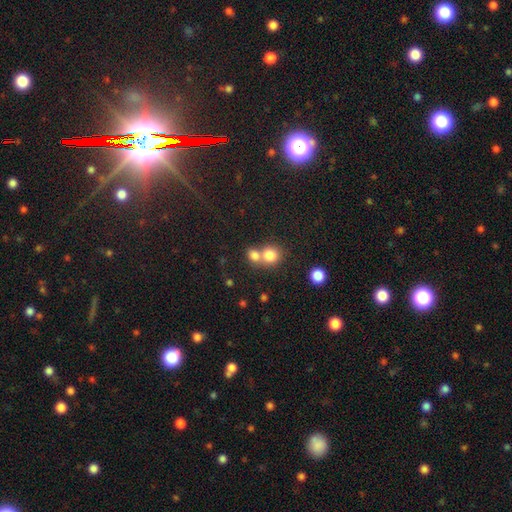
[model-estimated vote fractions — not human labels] This is likely a smooth galaxy (79%). How rounded: likely round (76%). Merging: possibly merger (57%).